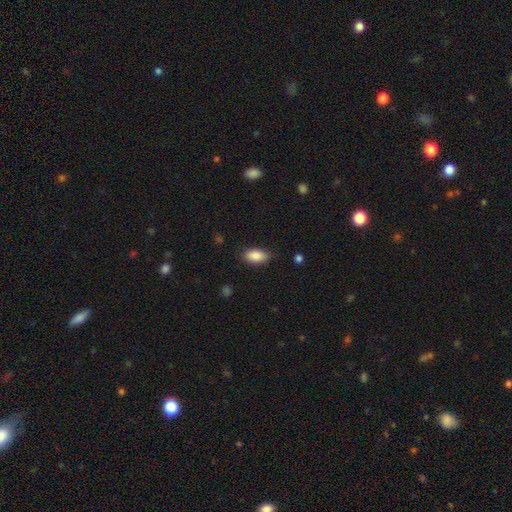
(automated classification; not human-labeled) Morphology: type=smooth (87%); roundness=in between (91%); merging=none (83%).